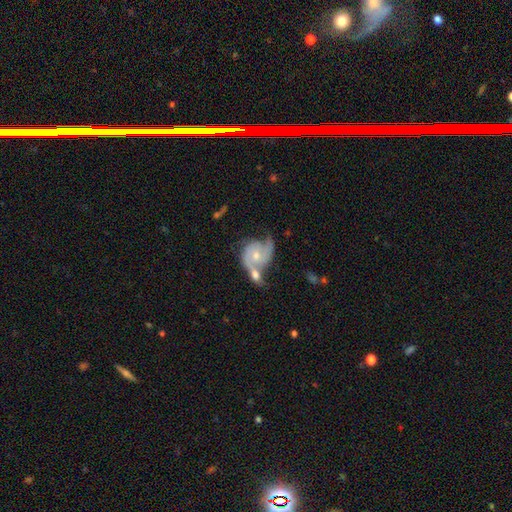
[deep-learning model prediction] Overall: featured or disk (78%). Edge-on disk: no (97%). Bar: no (69%). Spiral arms: yes (92%). Spiral arm count: 2 (74%). Spiral winding: medium (45%; tight 32%). Bulge size: moderate (50%; small 43%). Merging: merger (47%; none 25%).